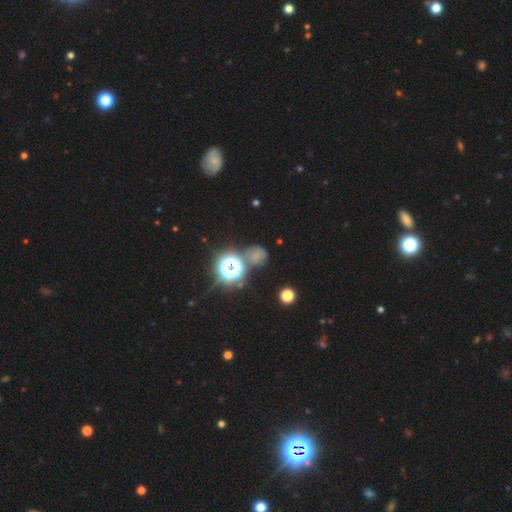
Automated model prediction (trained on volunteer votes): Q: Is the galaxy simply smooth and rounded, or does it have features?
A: smooth — 47%.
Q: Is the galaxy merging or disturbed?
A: none — 62%.